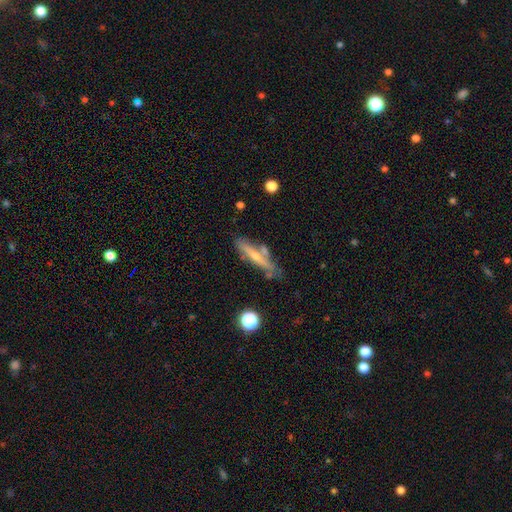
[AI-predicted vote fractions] featured or disk 59%, smooth 34%, star or artifact 8%. Down the decision tree: edge-on disk — yes (85%); merging — none (69%).